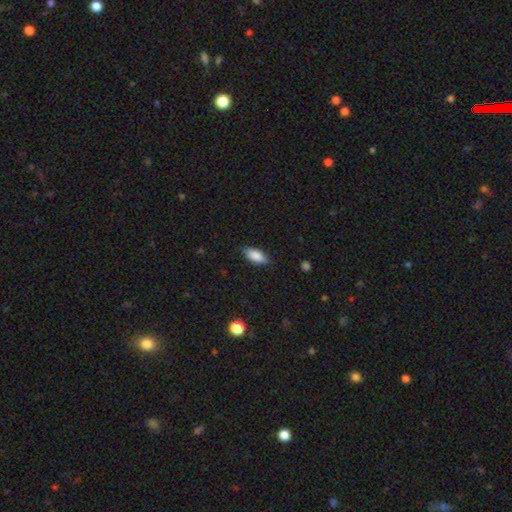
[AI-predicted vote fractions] Smooth or featured?
  - smooth: 87% *
  - star or artifact: 7%
  - featured or disk: 6%
How rounded?
  - in between: 87% *
  - cigar-shaped: 11%
  - round: 2%
Merging?
  - none: 85% *
  - minor disturbance: 12%
  - major disturbance: 2%
  - merger: 1%